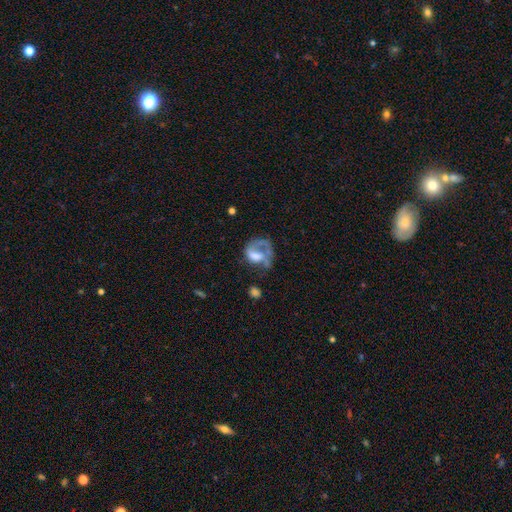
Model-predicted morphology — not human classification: Smooth or featured? featured or disk (58%)
Edge-on disk? no (98%)
Bar? no (62%)
Spiral arms? yes (63%)
Bulge size? moderate (32%)
Merging? major disturbance (46%)